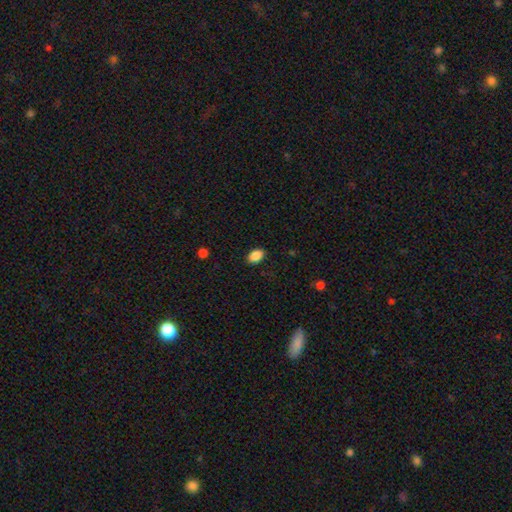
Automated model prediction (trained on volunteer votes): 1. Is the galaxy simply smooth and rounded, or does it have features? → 88% smooth, 8% star or artifact, 4% featured or disk.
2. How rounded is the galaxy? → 86% in between, 13% round, 1% cigar-shaped.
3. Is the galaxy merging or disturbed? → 87% none, 9% minor disturbance, 2% major disturbance, 1% merger.